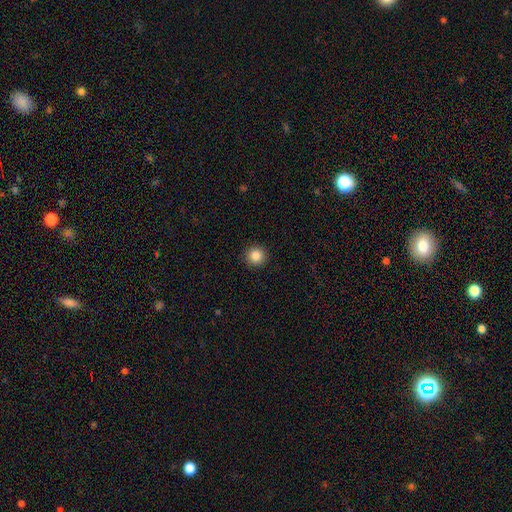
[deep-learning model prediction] Smooth or featured: smooth — 86% (star or artifact — 10%)
How rounded: round — 94% (in between — 5%)
Merging: none — 92% (minor disturbance — 5%)